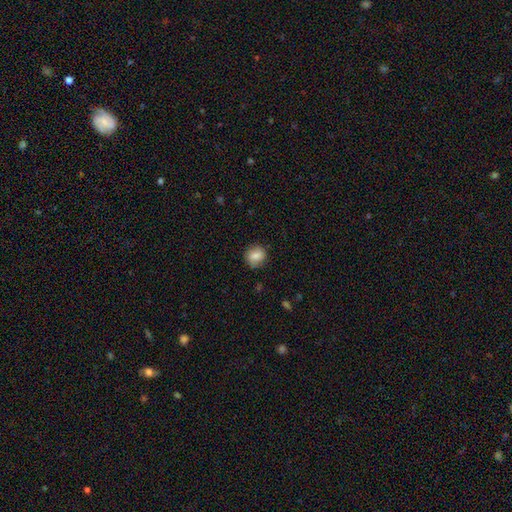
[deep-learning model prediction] Q: Smooth or featured?
A: smooth (84%); runner-up: star or artifact (8%)
Q: How rounded?
A: round (82%); runner-up: in between (17%)
Q: Merging?
A: none (84%); runner-up: minor disturbance (12%)